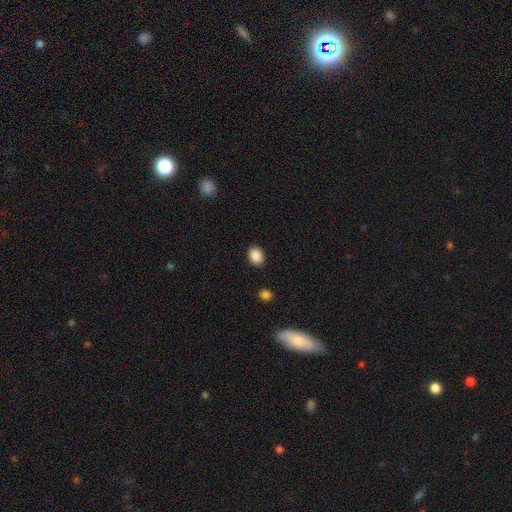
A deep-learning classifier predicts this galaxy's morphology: A smooth galaxy with no disk features (89%) that is in between round and cigar-shaped (63%). Merging: none (88%).